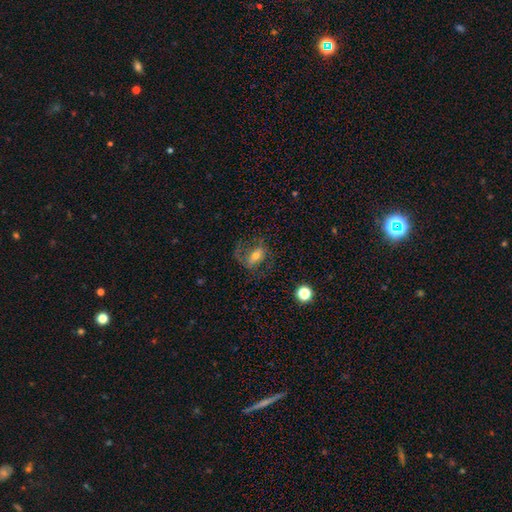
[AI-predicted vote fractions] A featured or disk galaxy (57%) with a strong bar (36%), spiral arms (74%) and a moderate central bulge (54%). Merging: none (55%).